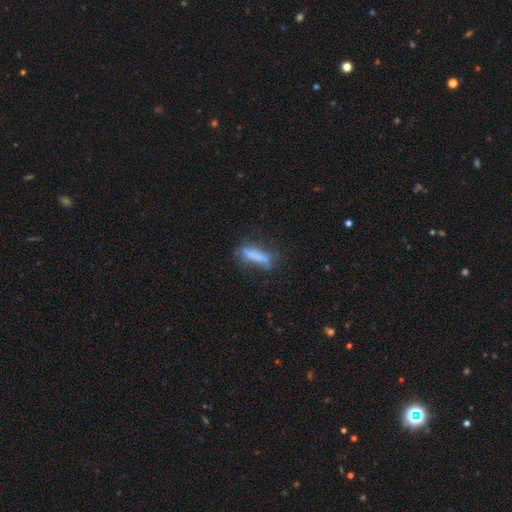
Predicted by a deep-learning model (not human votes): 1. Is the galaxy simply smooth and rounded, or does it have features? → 61% smooth, 28% featured or disk, 11% star or artifact.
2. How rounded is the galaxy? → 64% cigar-shaped, 34% in between, 2% round.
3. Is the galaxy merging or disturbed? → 49% none, 24% minor disturbance, 19% major disturbance, 8% merger.